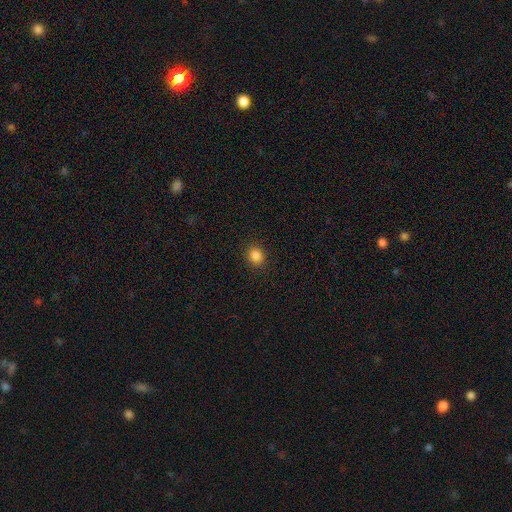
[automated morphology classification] Smooth or featured? Predicted: smooth (p=0.85). How rounded? Predicted: round (p=0.75). Merging? Predicted: none (p=0.91).